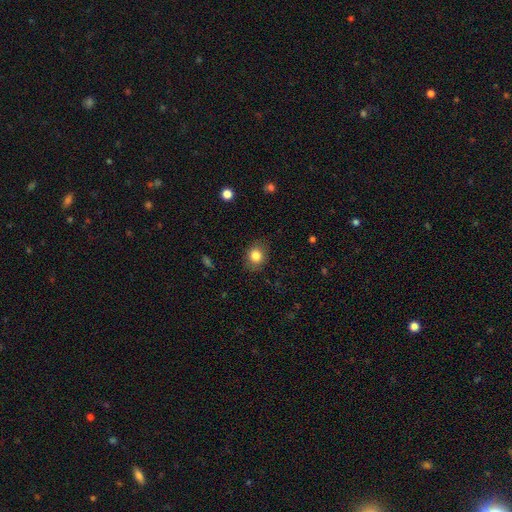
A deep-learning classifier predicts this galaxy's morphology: smooth 83%, star or artifact 10%, featured or disk 7%. Down the decision tree: how rounded — round (63%); merging — none (82%).